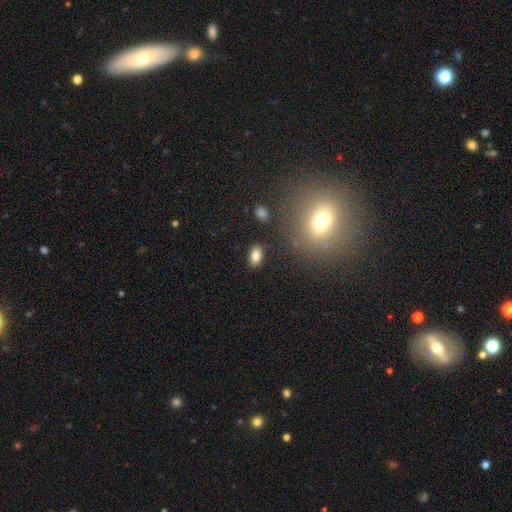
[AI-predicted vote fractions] smooth-or-featured: smooth: 82% | star or artifact: 10% | featured or disk: 8%
  how-rounded: in between: 87% | round: 11% | cigar-shaped: 2%
  merging: none: 85% | minor disturbance: 10% | major disturbance: 3% | merger: 3%